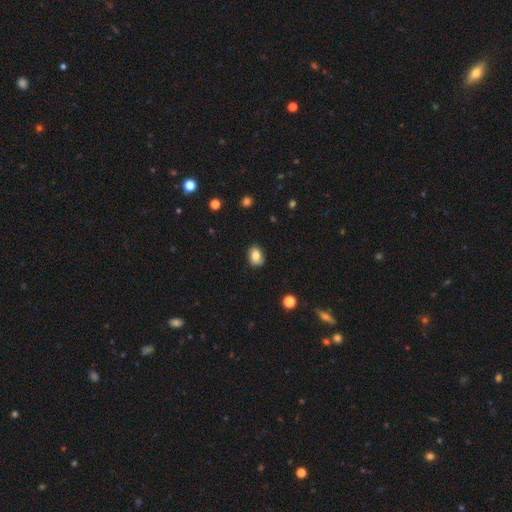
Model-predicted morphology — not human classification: smooth-or-featured: smooth: 79% | featured or disk: 12% | star or artifact: 9%
  how-rounded: in between: 68% | round: 31% | cigar-shaped: 1%
  merging: none: 79% | minor disturbance: 17% | major disturbance: 3% | merger: 1%